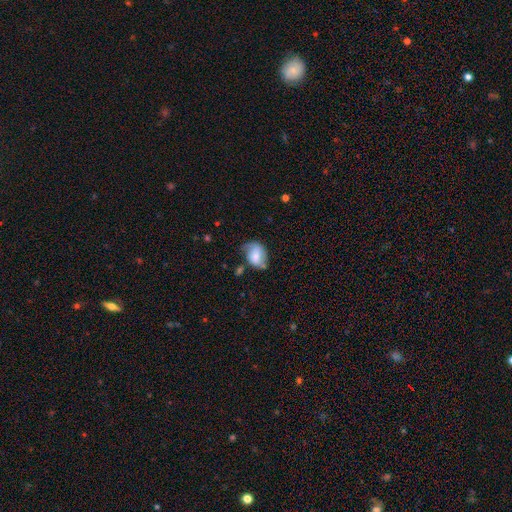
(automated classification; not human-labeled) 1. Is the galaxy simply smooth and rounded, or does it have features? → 58% smooth, 34% featured or disk, 8% star or artifact.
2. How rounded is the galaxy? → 73% in between, 26% round, 1% cigar-shaped.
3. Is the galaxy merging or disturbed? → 45% none, 35% minor disturbance, 14% major disturbance, 6% merger.